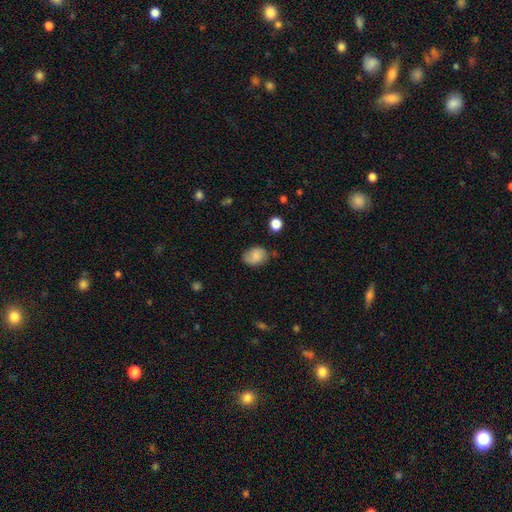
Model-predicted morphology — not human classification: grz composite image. It shows a smooth galaxy with no disk features (78%) that is in between round and cigar-shaped (71%). Merging: none (72%).